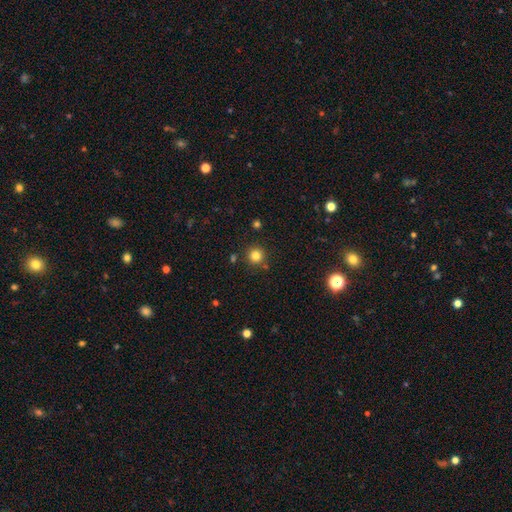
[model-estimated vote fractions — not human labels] Overall: smooth (81%). How rounded: round (95%). Merging: none (85%).